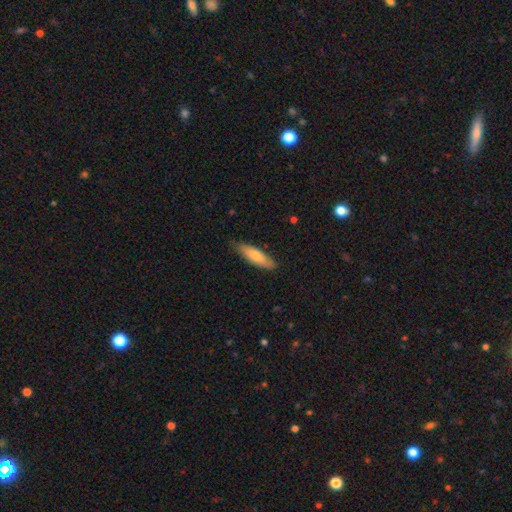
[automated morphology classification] A smooth galaxy with no disk features (73%) that is cigar-shaped (59%). Merging: none (79%).